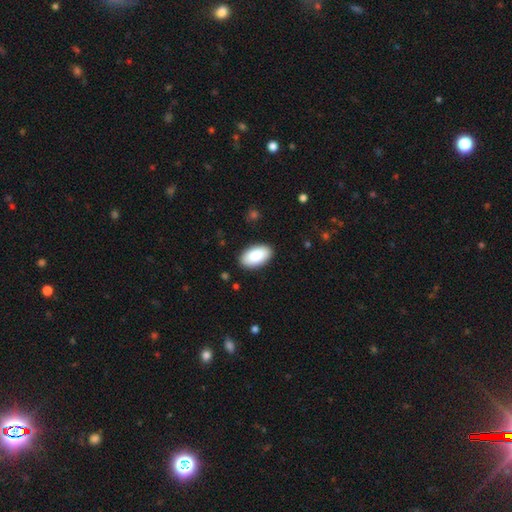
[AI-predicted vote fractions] Morphology: type=smooth (87%); roundness=in between (96%); merging=none (89%).